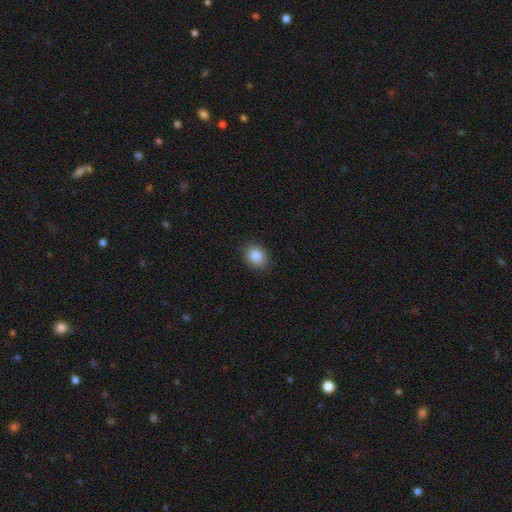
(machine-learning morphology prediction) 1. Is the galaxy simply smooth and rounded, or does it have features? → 86% smooth, 9% star or artifact, 5% featured or disk.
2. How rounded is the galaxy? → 62% in between, 37% round, 1% cigar-shaped.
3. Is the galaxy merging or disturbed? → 87% none, 9% minor disturbance, 2% major disturbance, 1% merger.